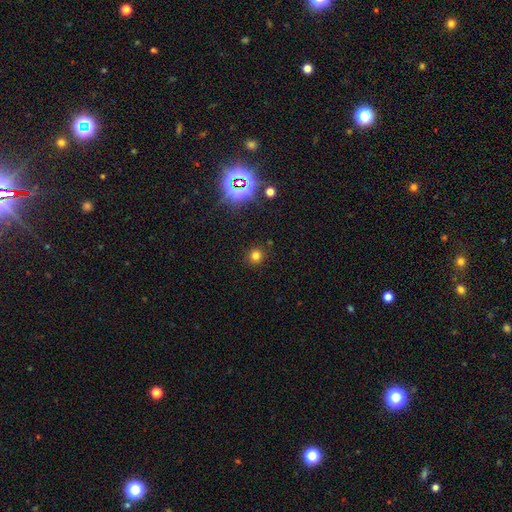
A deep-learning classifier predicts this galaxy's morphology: Smooth or featured: smooth — 73% (star or artifact — 21%)
How rounded: round — 90% (in between — 9%)
Merging: none — 89% (minor disturbance — 7%)